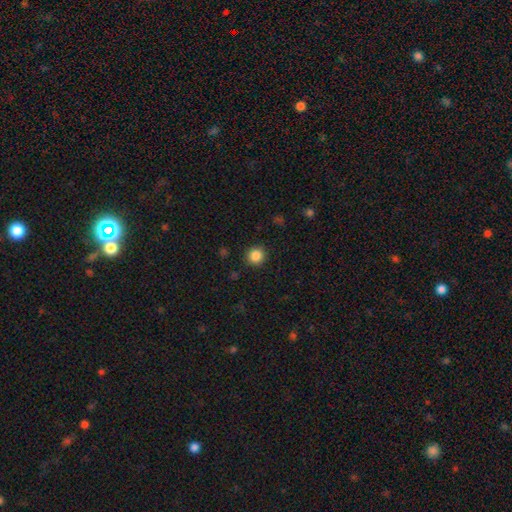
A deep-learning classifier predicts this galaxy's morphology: The model was most divided on "smooth or featured": smooth: 86%, star or artifact: 10%, featured or disk: 3%. More confident: how rounded — round (93%); merging — none (91%).